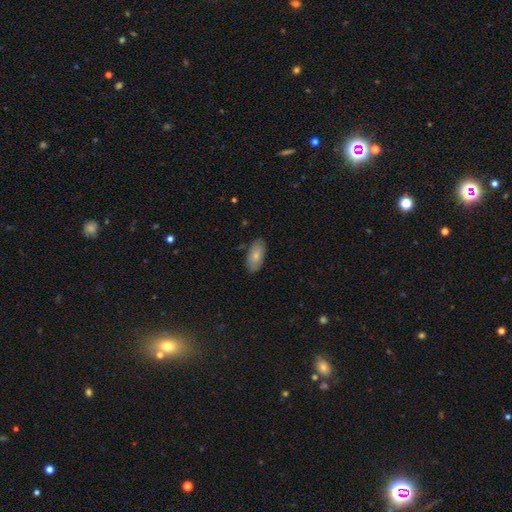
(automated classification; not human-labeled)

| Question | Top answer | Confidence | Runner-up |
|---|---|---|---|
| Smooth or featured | smooth | 78% | featured or disk (16%) |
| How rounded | in between | 92% | cigar-shaped (6%) |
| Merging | none | 84% | minor disturbance (12%) |